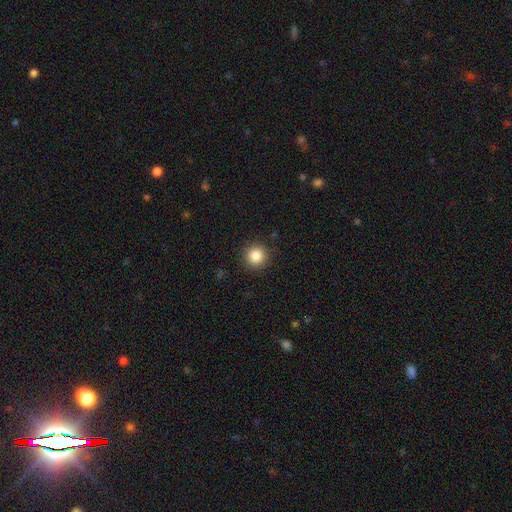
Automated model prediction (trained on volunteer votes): Q: Smooth or featured?
A: smooth (86%); runner-up: star or artifact (10%)
Q: How rounded?
A: round (94%); runner-up: in between (5%)
Q: Merging?
A: none (91%); runner-up: minor disturbance (6%)